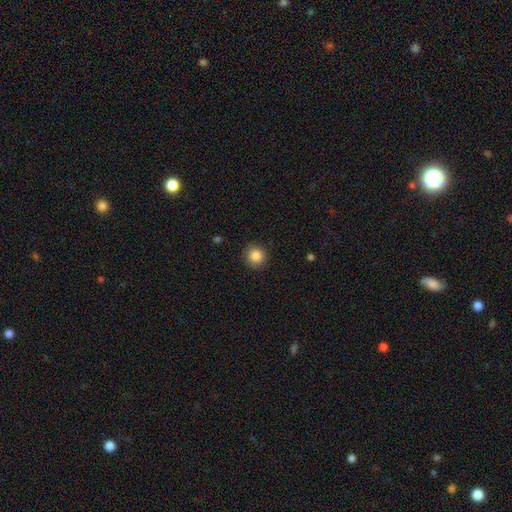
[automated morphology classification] This appears to be a smooth galaxy with no disk features (85%) that is round (93%). Merging: none (90%).